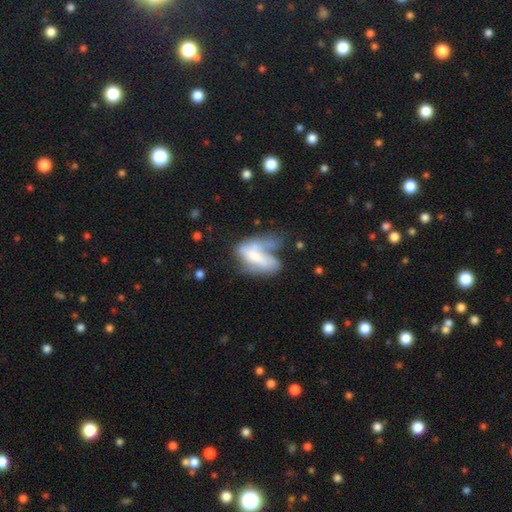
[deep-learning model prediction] A featured or disk galaxy (46%).

Vote fractions:
- Smooth or featured? featured or disk: 46% / smooth: 44% / star or artifact: 9%
- Merging? major disturbance: 42% / merger: 20% / none: 20% / minor disturbance: 19%